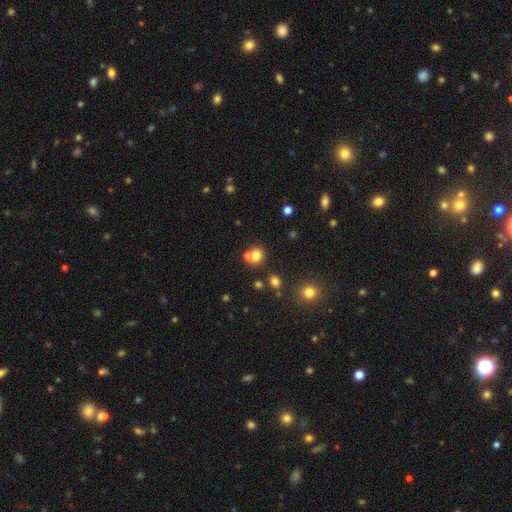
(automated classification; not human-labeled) Smooth or featured: smooth — 71% (star or artifact — 16%)
How rounded: round — 79% (in between — 20%)
Merging: none — 48% (merger — 41%)